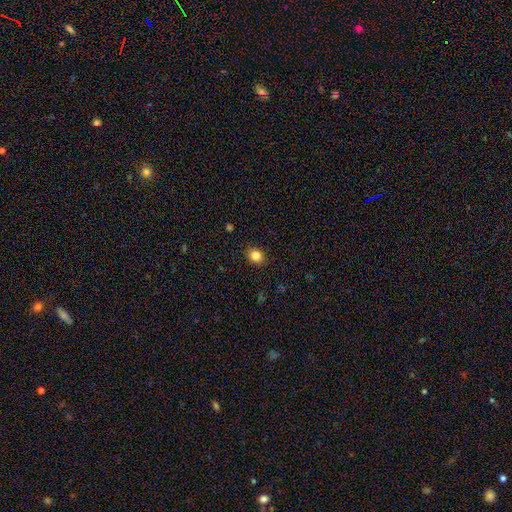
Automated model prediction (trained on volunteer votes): This is clearly a smooth galaxy (84%). How rounded: likely round (62%). Merging: clearly none (89%).